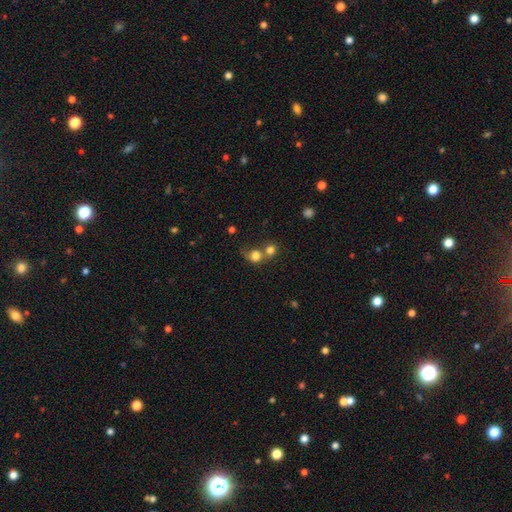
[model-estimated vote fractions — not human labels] smooth-or-featured: smooth: 77% | featured or disk: 12% | star or artifact: 11%
  how-rounded: round: 78% | in between: 21% | cigar-shaped: 1%
  merging: merger: 55% | none: 30% | minor disturbance: 8% | major disturbance: 7%